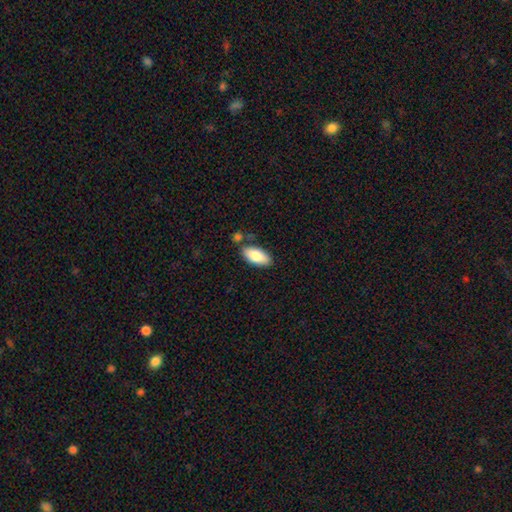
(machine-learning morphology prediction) smooth-or-featured: smooth: 80% | featured or disk: 14% | star or artifact: 6%
  how-rounded: in between: 90% | cigar-shaped: 8% | round: 2%
  merging: none: 73% | minor disturbance: 14% | merger: 9% | major disturbance: 3%